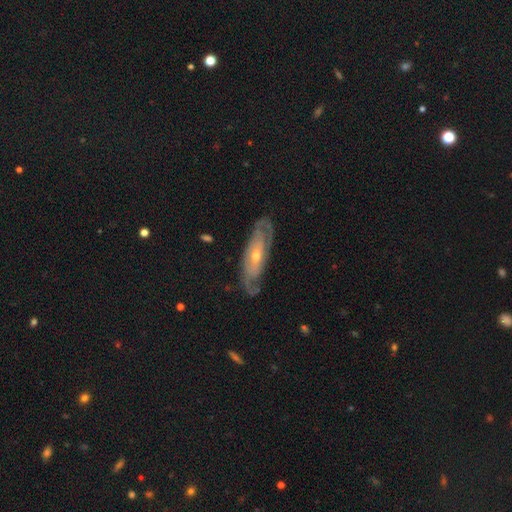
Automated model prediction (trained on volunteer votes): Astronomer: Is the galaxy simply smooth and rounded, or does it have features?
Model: featured or disk — 80%.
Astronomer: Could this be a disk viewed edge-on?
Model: no — 81%.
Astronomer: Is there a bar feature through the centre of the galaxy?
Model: no — 64%.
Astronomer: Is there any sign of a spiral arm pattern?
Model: yes — 86%.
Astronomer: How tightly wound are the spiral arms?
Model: tight — 58%.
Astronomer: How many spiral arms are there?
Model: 2 — 55% (runner-up: can't tell, 32%).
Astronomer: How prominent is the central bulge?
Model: small — 54% (runner-up: moderate, 43%).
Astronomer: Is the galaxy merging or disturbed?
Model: none — 77%.